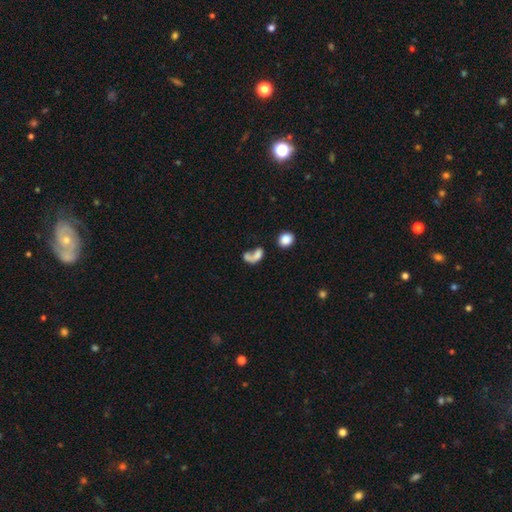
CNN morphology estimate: Smooth or featured?
  - smooth: 58% *
  - featured or disk: 29%
  - star or artifact: 13%
How rounded?
  - in between: 68% *
  - round: 25%
  - cigar-shaped: 7%
Merging?
  - merger: 41% *
  - major disturbance: 26%
  - none: 23%
  - minor disturbance: 10%